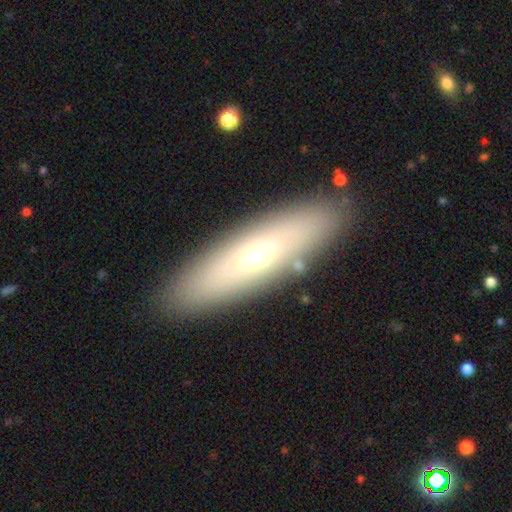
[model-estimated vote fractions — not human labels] Q: Smooth or featured?
A: smooth (55%); runner-up: featured or disk (37%)
Q: How rounded?
A: cigar-shaped (59%); runner-up: in between (38%)
Q: Merging?
A: none (87%); runner-up: minor disturbance (8%)